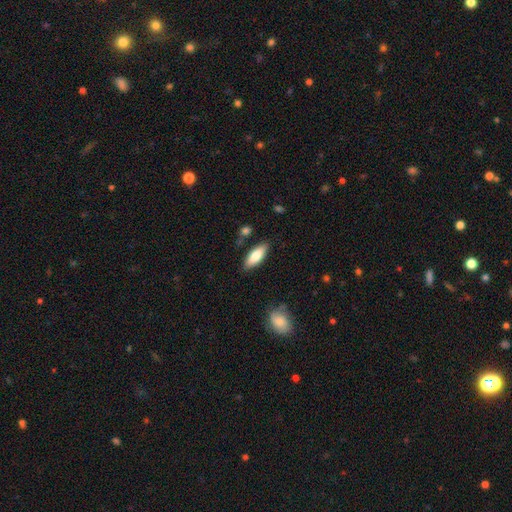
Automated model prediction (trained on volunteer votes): The model was most divided on "how rounded": in between: 73%, cigar-shaped: 26%, round: 2%. More confident: merging — none (82%); smooth or featured — smooth (79%).